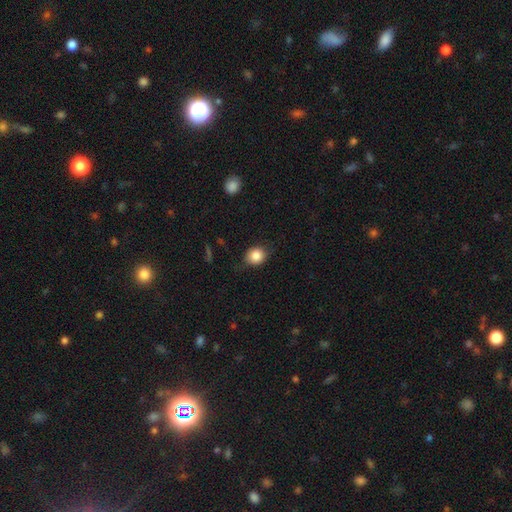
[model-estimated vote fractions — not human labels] Q: Smooth or featured?
A: smooth (84%); runner-up: star or artifact (9%)
Q: How rounded?
A: round (71%); runner-up: in between (28%)
Q: Merging?
A: none (78%); runner-up: minor disturbance (17%)